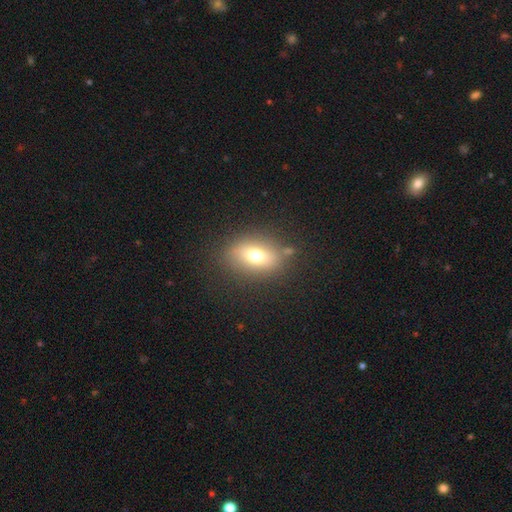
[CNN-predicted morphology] Smooth or featured: smooth — 70% (featured or disk — 18%)
How rounded: in between — 72% (round — 25%)
Merging: none — 78% (minor disturbance — 12%)